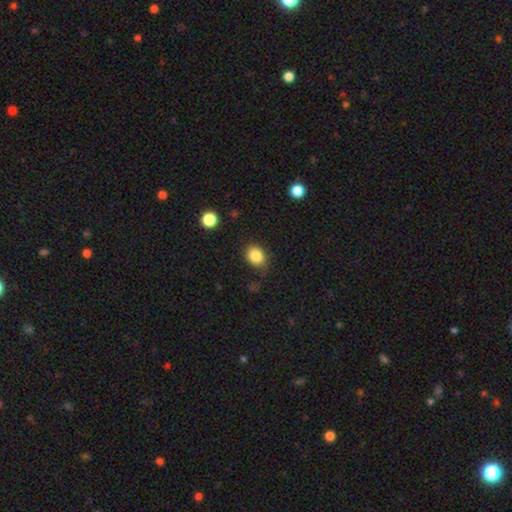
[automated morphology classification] Overall: smooth (85%). How rounded: in between (59%; round 40%). Merging: none (79%).